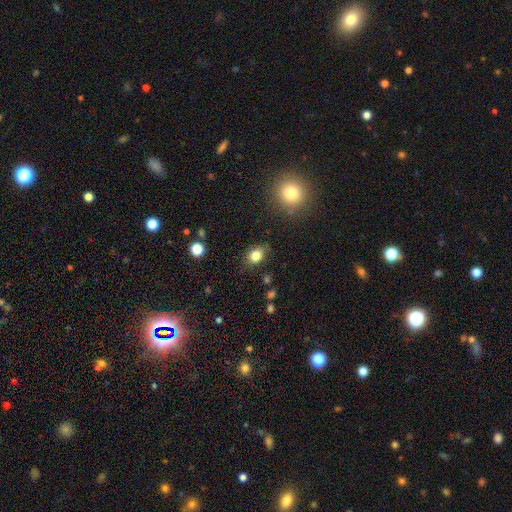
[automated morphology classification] Smooth or featured? Predicted: smooth (p=0.82). How rounded? Predicted: in between (p=0.63). Merging? Predicted: none (p=0.78).